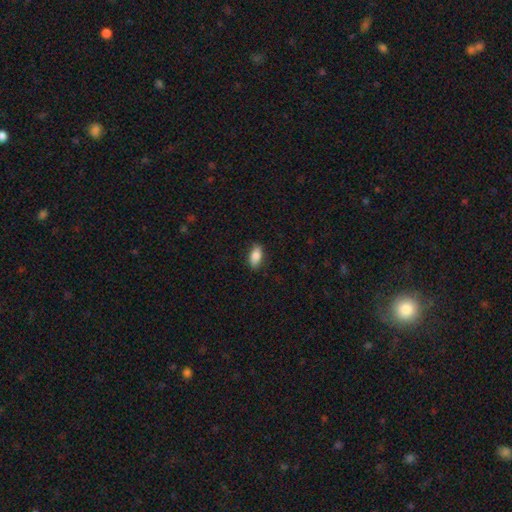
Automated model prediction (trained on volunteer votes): Smooth or featured? Predicted: smooth (p=0.83). How rounded? Predicted: in between (p=0.89). Merging? Predicted: none (p=0.83).